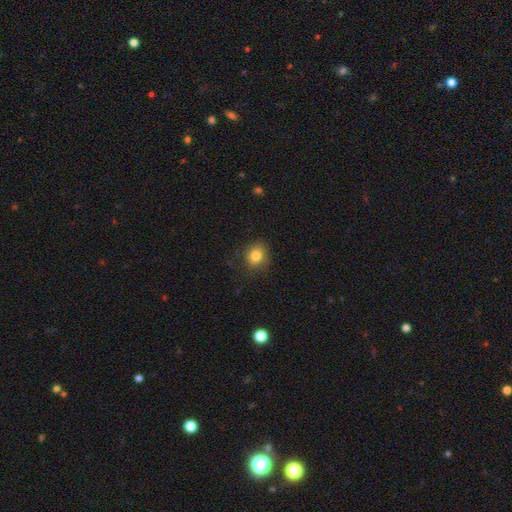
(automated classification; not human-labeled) This appears to be a smooth galaxy with no disk features (82%) that is round (73%). Merging: none (81%).